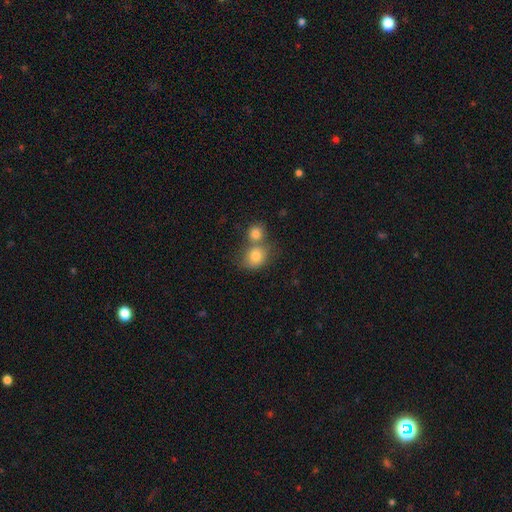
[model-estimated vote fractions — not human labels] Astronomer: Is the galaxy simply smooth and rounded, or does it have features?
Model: smooth — 79%.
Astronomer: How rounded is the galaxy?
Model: round — 64%.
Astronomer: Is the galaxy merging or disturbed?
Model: merger — 50% (runner-up: none, 37%).